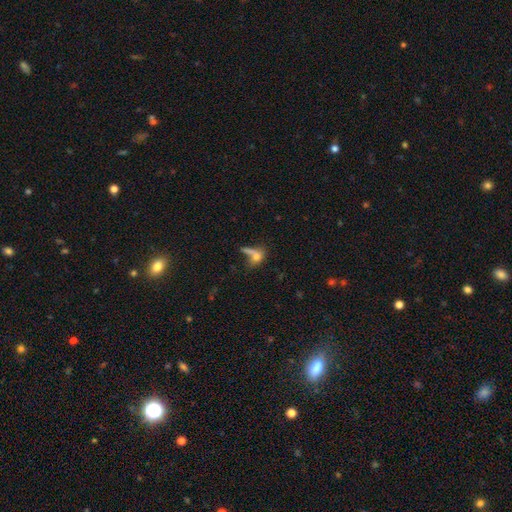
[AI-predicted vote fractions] Q: Smooth or featured?
A: smooth (66%); runner-up: featured or disk (20%)
Q: How rounded?
A: in between (56%); runner-up: round (30%)
Q: Merging?
A: none (36%); runner-up: merger (31%)